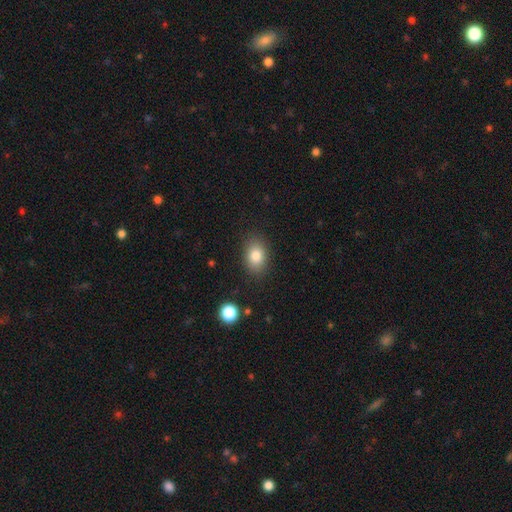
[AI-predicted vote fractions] Overall: smooth (82%). How rounded: in between (75%). Merging: none (85%).